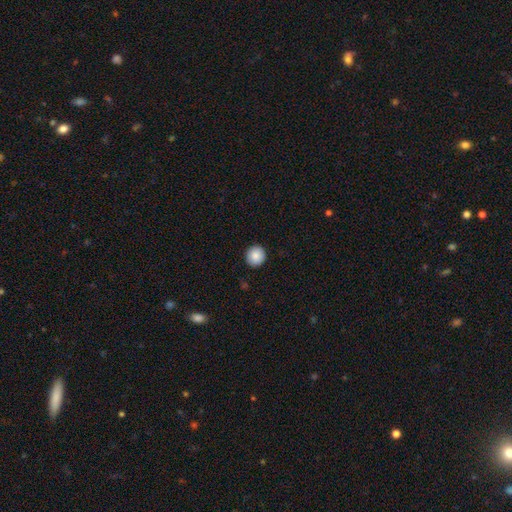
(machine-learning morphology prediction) smooth_or_featured: smooth (p=0.87) [alt: star or artifact p=0.08]
how_rounded: round (p=0.91) [alt: in between p=0.08]
merging: none (p=0.92) [alt: minor disturbance p=0.05]